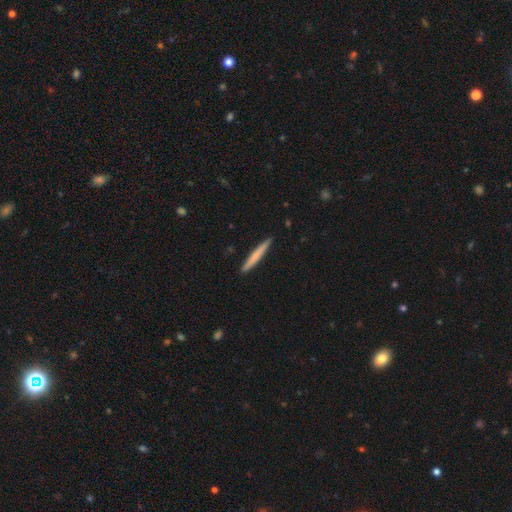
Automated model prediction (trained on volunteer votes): A smooth galaxy with no disk features (66%) that is cigar-shaped (97%).

Vote fractions:
- Smooth or featured? smooth: 66% / featured or disk: 28% / star or artifact: 5%
- How rounded? cigar-shaped: 97% / in between: 2% / round: 1%
- Merging? none: 92% / minor disturbance: 6% / major disturbance: 1% / merger: 1%